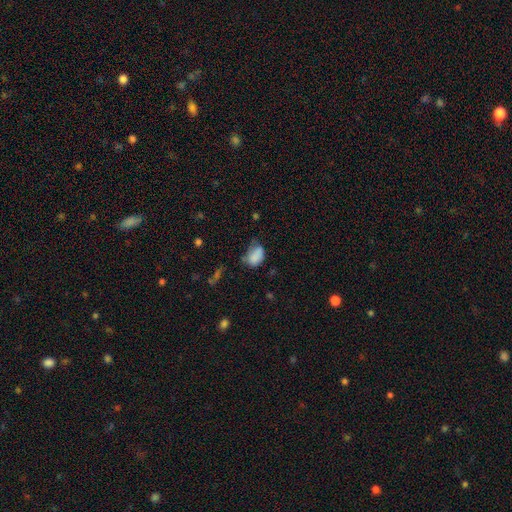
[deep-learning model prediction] Smooth or featured?
  - smooth: 80% *
  - featured or disk: 10%
  - star or artifact: 10%
How rounded?
  - in between: 80% *
  - round: 18%
  - cigar-shaped: 1%
Merging?
  - minor disturbance: 39% *
  - none: 34%
  - major disturbance: 22%
  - merger: 5%